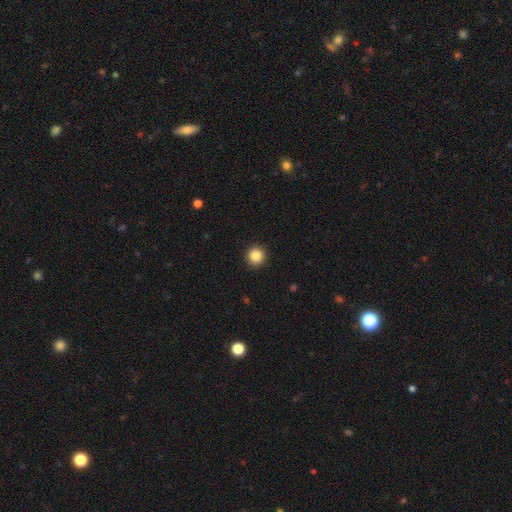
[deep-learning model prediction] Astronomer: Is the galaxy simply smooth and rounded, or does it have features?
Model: smooth — 85%.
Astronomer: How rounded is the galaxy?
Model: round — 96%.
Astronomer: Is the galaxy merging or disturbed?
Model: none — 93%.